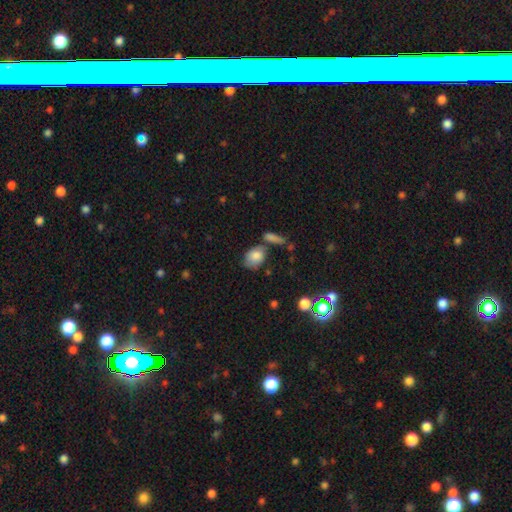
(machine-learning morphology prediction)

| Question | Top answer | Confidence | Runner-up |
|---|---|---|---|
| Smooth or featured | smooth | 80% | featured or disk (11%) |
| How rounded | in between | 72% | round (26%) |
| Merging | none | 50% | minor disturbance (21%) |